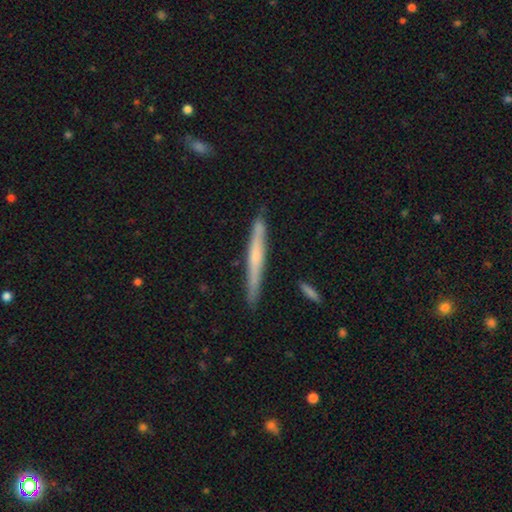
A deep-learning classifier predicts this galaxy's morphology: Smooth or featured? Predicted: featured or disk (p=0.52). Edge-on disk? Predicted: yes (p=0.96). Edge-on bulge? Predicted: none (p=0.60). Merging? Predicted: none (p=0.87).